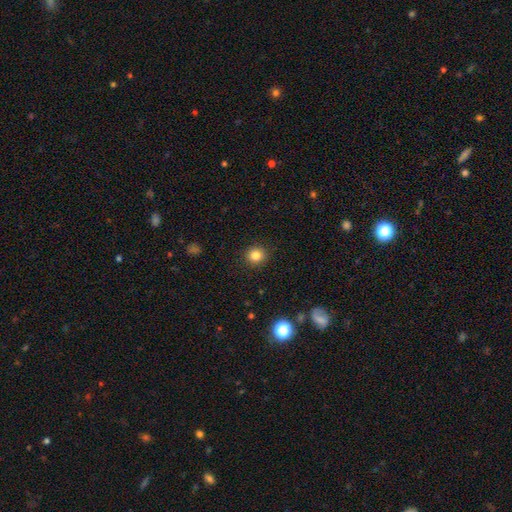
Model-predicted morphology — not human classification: Q: Smooth or featured?
A: smooth (83%); runner-up: star or artifact (12%)
Q: How rounded?
A: round (91%); runner-up: in between (8%)
Q: Merging?
A: none (92%); runner-up: minor disturbance (5%)